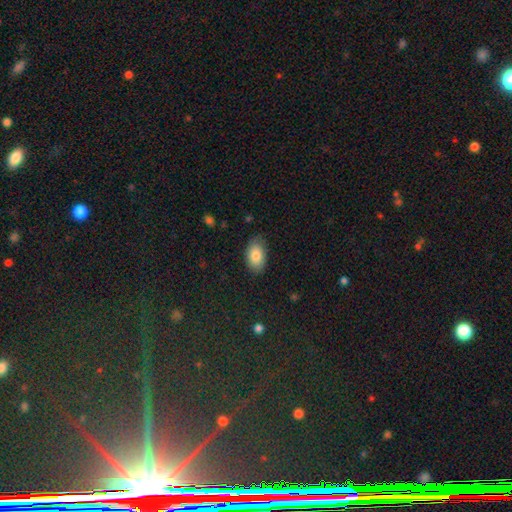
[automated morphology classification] Q: Smooth or featured?
A: smooth (82%); runner-up: featured or disk (10%)
Q: How rounded?
A: in between (91%); runner-up: round (8%)
Q: Merging?
A: none (76%); runner-up: minor disturbance (19%)